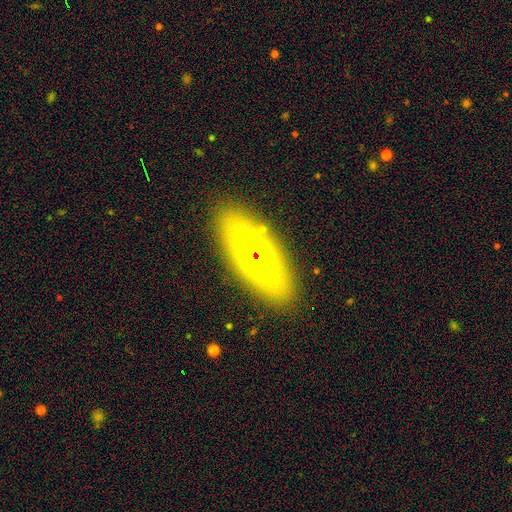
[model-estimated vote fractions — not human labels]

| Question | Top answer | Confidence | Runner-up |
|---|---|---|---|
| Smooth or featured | smooth | 54% | featured or disk (33%) |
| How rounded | in between | 78% | cigar-shaped (17%) |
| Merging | none | 86% | minor disturbance (9%) |